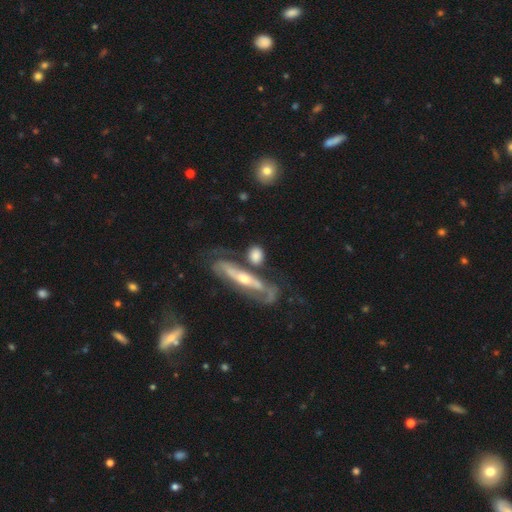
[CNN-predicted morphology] This is possibly a smooth galaxy (57%). How rounded: marginally in between (43%). Merging: possibly none (48%).